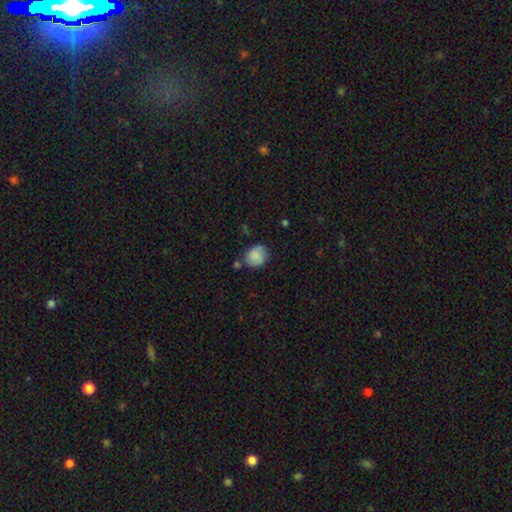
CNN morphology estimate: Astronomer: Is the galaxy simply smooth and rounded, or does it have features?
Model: smooth — 81%.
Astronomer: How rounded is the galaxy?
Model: round — 65%.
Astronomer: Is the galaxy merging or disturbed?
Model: none — 66%.